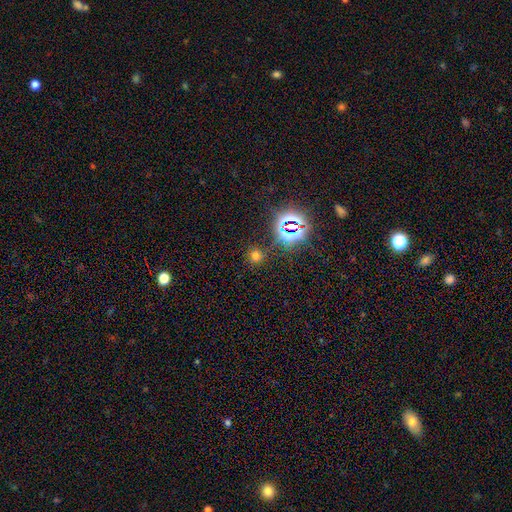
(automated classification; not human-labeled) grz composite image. It shows a smooth galaxy with no disk features (59%) that is round (87%). Merging: none (83%).